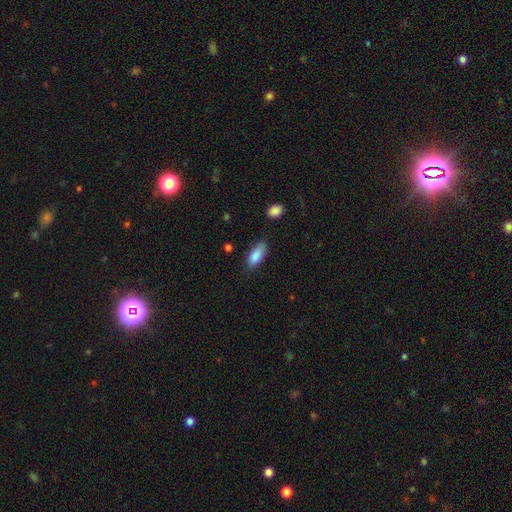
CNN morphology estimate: smooth 87%, star or artifact 7%, featured or disk 6%. Down the decision tree: how rounded — in between (83%); merging — none (73%).